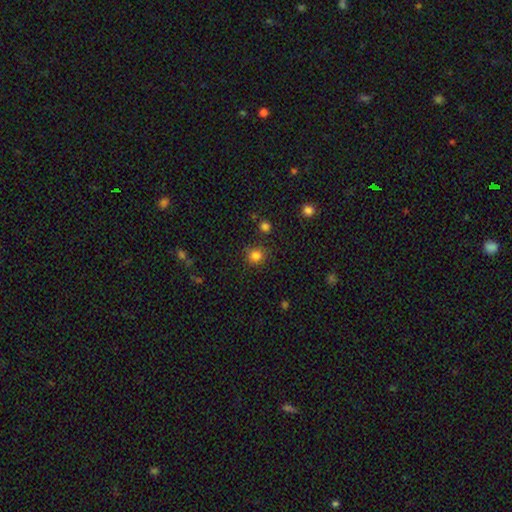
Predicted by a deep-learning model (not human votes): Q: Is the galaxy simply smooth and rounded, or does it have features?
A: smooth — 81%.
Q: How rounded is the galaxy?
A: round — 84%.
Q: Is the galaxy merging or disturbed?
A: none — 82%.